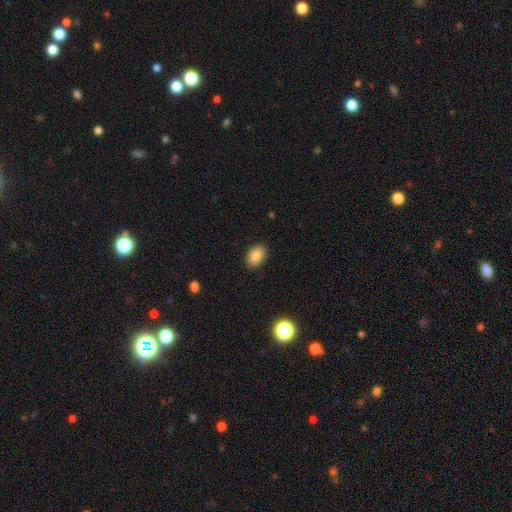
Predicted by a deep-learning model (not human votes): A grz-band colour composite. It shows a smooth galaxy with no disk features (87%) that is in between round and cigar-shaped (87%). Merging: none (89%).